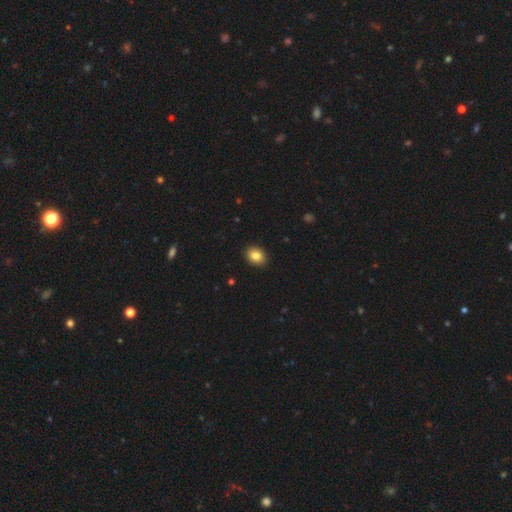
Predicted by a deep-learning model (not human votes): Morphology: type=smooth (85%); roundness=in between (58%); merging=none (91%).